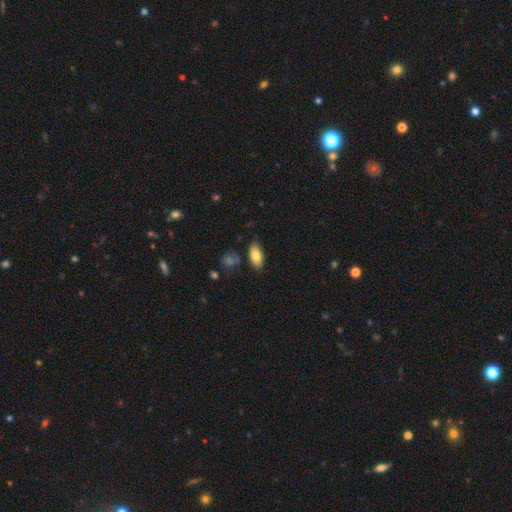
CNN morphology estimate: Smooth or featured?
  - smooth: 80% *
  - featured or disk: 13%
  - star or artifact: 7%
How rounded?
  - in between: 91% *
  - cigar-shaped: 5%
  - round: 4%
Merging?
  - none: 79% *
  - minor disturbance: 15%
  - merger: 3%
  - major disturbance: 3%